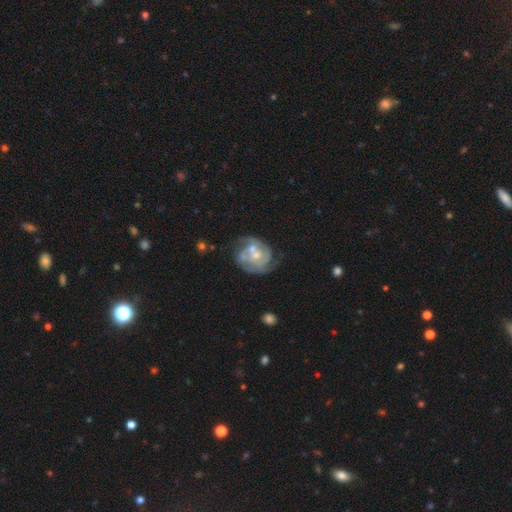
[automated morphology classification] type=featured or disk (78%); edge-on=no (98%); bar=no (69%); spiral arms=yes (83%); winding=tight (51%); arm count=2 (36%); bulge=moderate (48%); merging=none (42%).